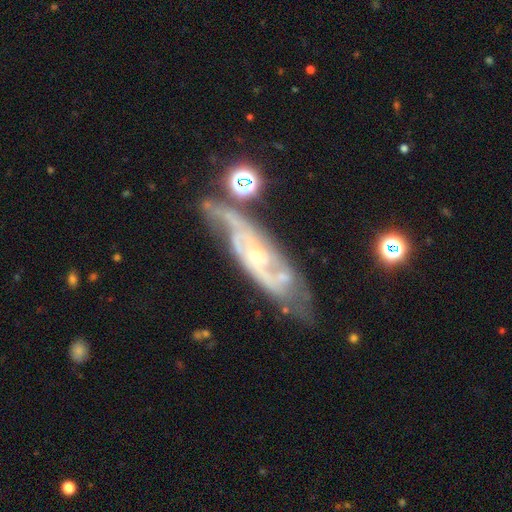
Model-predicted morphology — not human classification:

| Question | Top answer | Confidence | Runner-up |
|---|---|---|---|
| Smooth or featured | featured or disk | 84% | smooth (9%) |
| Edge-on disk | no | 83% | yes (17%) |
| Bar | no | 64% | weak (28%) |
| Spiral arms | yes | 93% | no (7%) |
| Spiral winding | tight | 43% | medium (42%) |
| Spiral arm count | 2 | 47% | can't tell (31%) |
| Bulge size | small | 72% | moderate (23%) |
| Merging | none | 60% | minor disturbance (22%) |